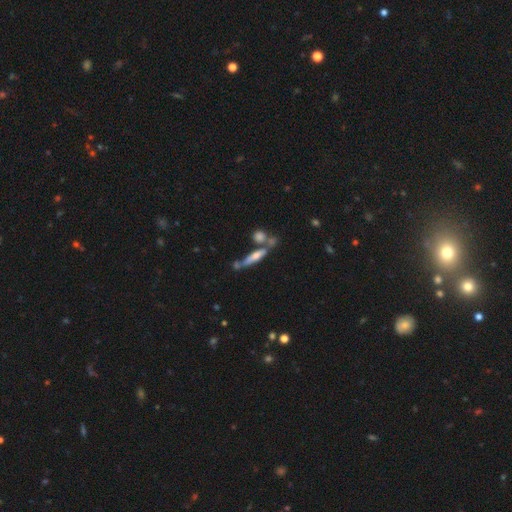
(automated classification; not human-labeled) smooth_or_featured: featured or disk (p=0.56) [alt: smooth p=0.34]
disk_edge_on: yes (p=0.86) [alt: no p=0.14]
merging: none (p=0.58) [alt: merger p=0.23]